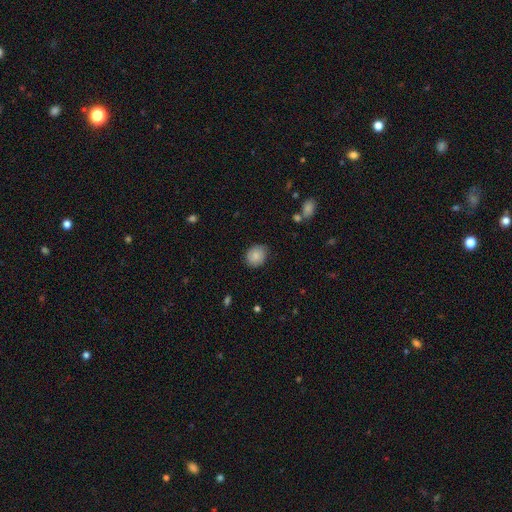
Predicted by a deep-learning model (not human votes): Q: Smooth or featured?
A: smooth (76%); runner-up: featured or disk (16%)
Q: How rounded?
A: round (65%); runner-up: in between (34%)
Q: Merging?
A: none (79%); runner-up: minor disturbance (16%)